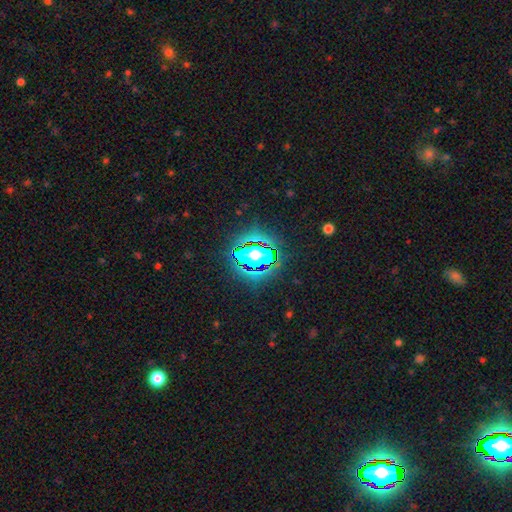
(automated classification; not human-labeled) Morphology: type=star or artifact (73%).